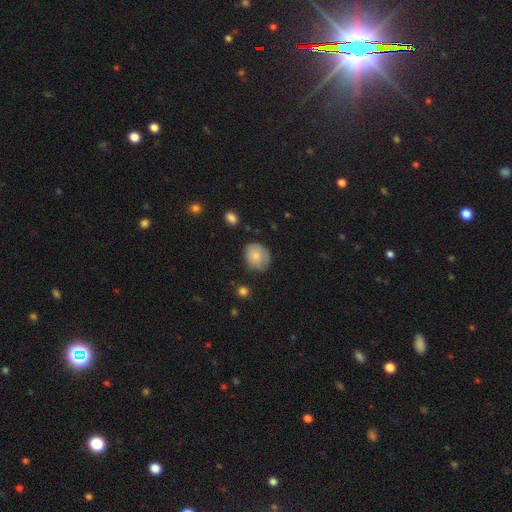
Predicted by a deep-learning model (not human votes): This appears to be a smooth galaxy with no disk features (81%) that is round (63%). Merging: none (69%).